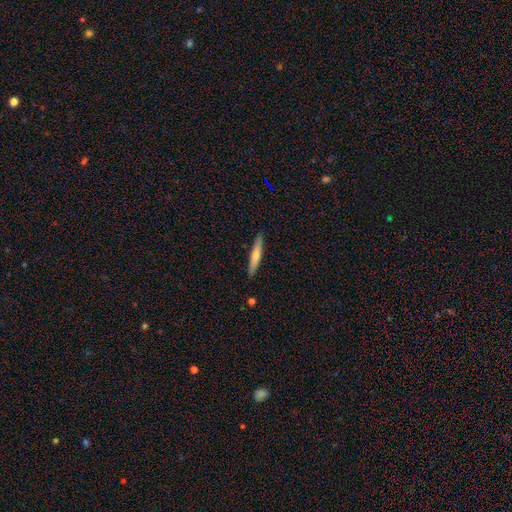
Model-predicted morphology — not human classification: smooth 66%, featured or disk 29%, star or artifact 5%. Down the decision tree: how rounded — cigar-shaped (93%); merging — none (89%).